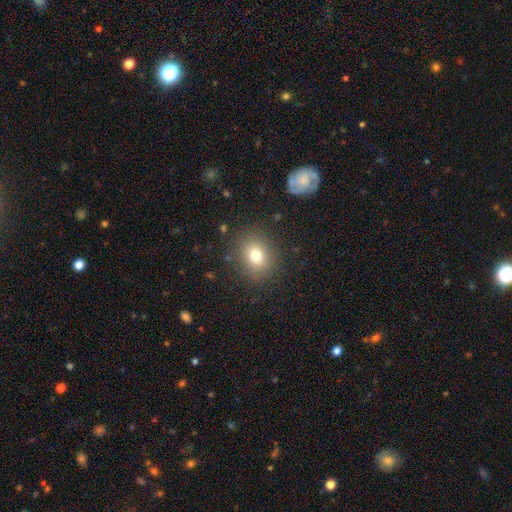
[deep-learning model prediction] Smooth or featured?
  - smooth: 76% *
  - star or artifact: 13%
  - featured or disk: 11%
How rounded?
  - round: 61% *
  - in between: 38%
  - cigar-shaped: 1%
Merging?
  - none: 86% *
  - minor disturbance: 9%
  - major disturbance: 4%
  - merger: 1%